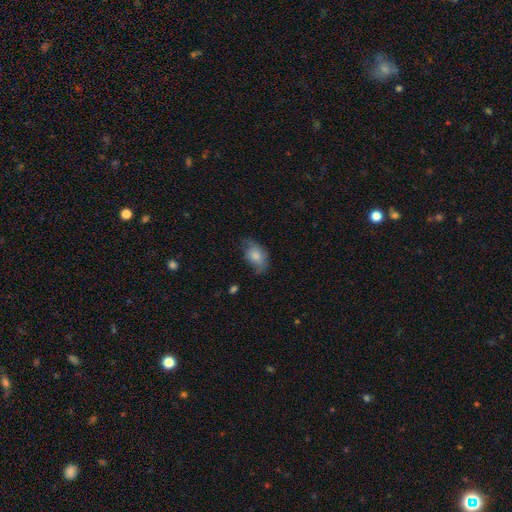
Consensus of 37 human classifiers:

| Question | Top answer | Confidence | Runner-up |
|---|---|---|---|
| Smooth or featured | smooth | 78% | featured or disk (22%) |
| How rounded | in between | 97% | round (3%) |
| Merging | none | 51% | minor disturbance (38%) |